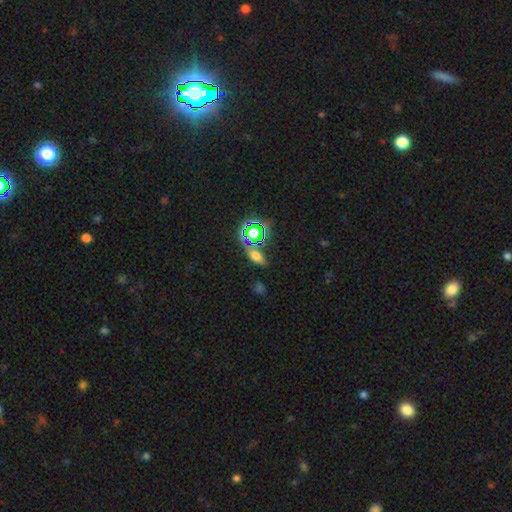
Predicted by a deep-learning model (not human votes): Smooth or featured? Predicted: smooth (p=0.53). How rounded? Predicted: in between (p=0.63). Merging? Predicted: none (p=0.76).